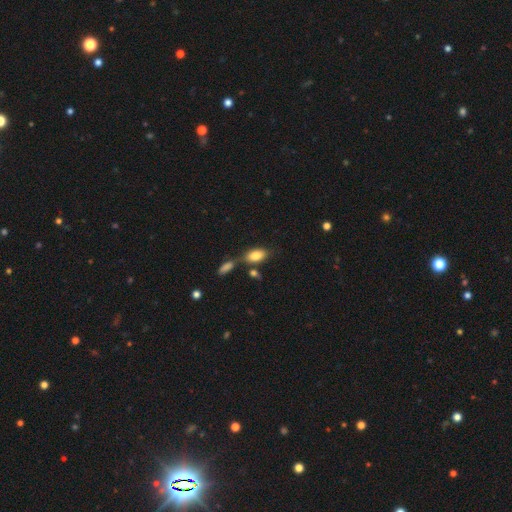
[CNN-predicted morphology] A smooth galaxy with no disk features (83%) that is in between round and cigar-shaped (90%). Merging: none (59%).